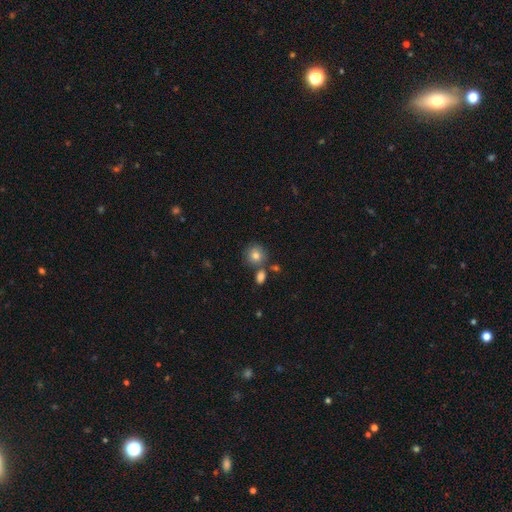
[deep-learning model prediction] This is likely a smooth galaxy (80%). How rounded: clearly round (86%). Merging: likely none (69%).